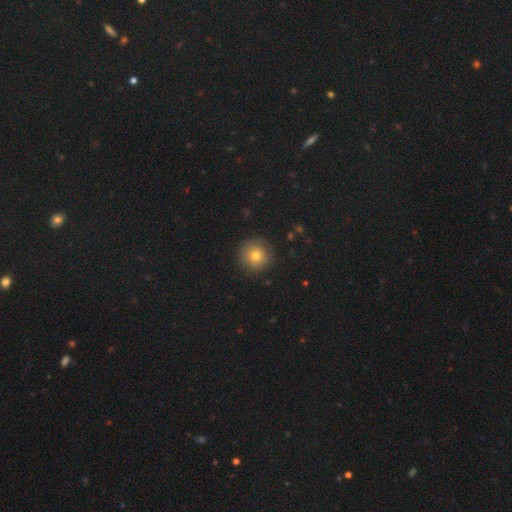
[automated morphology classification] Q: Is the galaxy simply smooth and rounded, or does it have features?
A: smooth — 75%.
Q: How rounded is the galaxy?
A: round — 95%.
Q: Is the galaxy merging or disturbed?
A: none — 88%.